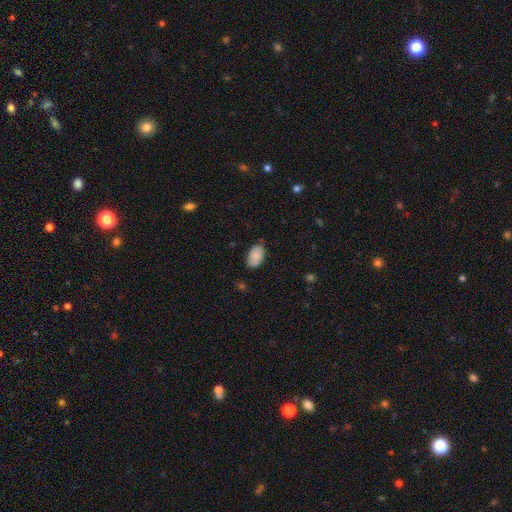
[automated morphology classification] type=smooth (87%); roundness=in between (93%); merging=none (76%).